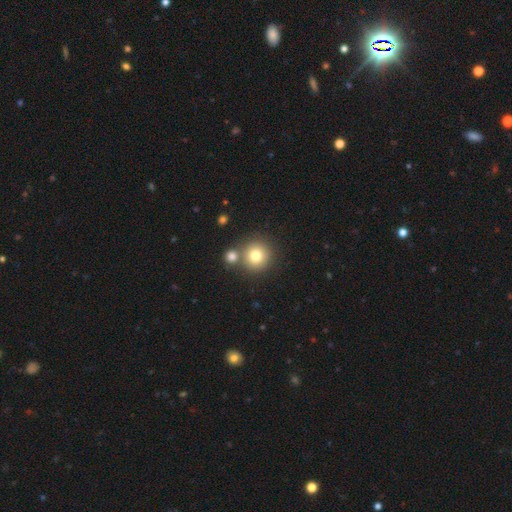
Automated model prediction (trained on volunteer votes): This appears to be a smooth galaxy with no disk features (77%) that is round (93%). Merging: none (69%).